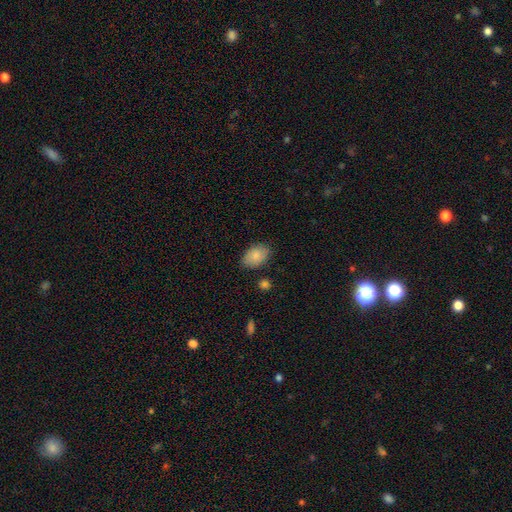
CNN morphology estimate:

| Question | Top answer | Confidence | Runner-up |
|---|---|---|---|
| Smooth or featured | smooth | 85% | featured or disk (8%) |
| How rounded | in between | 86% | round (12%) |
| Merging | none | 82% | minor disturbance (13%) |